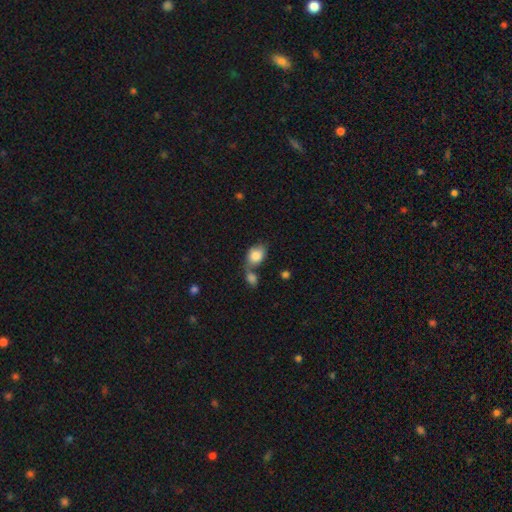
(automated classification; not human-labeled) Overall: smooth (83%). How rounded: in between (69%). Merging: merger (49%; none 31%).